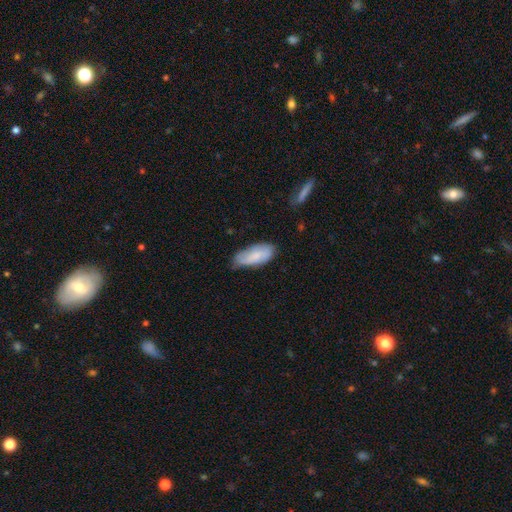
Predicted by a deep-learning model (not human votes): Overall: smooth (69%). How rounded: in between (87%). Merging: none (62%; minor disturbance 31%).